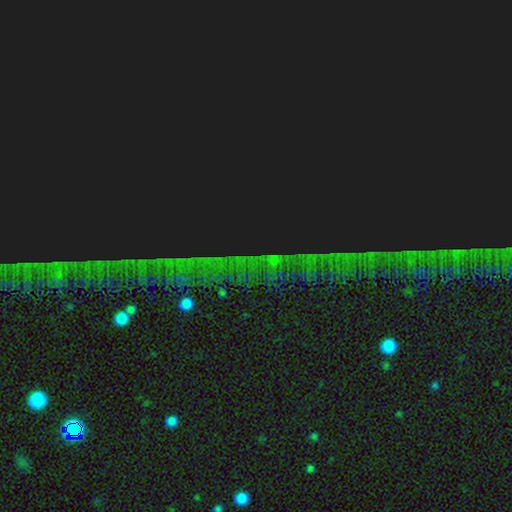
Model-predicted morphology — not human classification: star or artifact 86%, featured or disk 7%, smooth 7%.